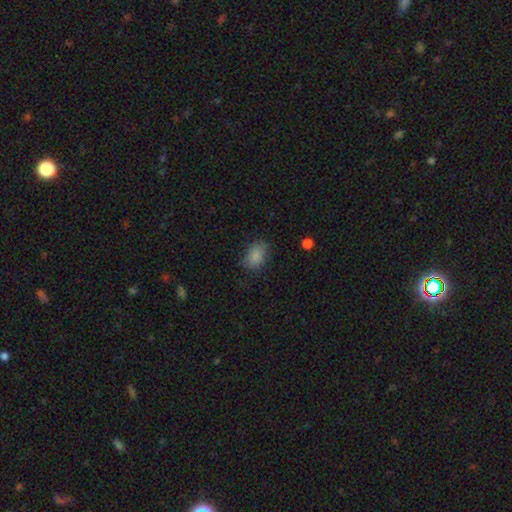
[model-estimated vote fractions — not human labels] Smooth or featured? smooth (85%)
How rounded? in between (81%)
Merging? none (77%)